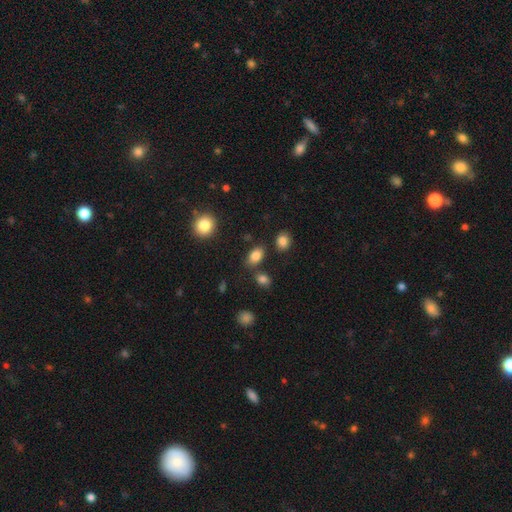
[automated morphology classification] smooth 84%, star or artifact 9%, featured or disk 7%. Down the decision tree: how rounded — in between (86%); merging — none (78%).